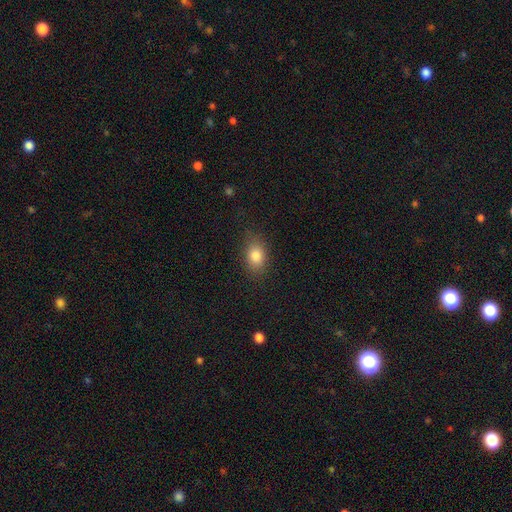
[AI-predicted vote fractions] Overall: smooth (82%). How rounded: in between (76%). Merging: none (82%).